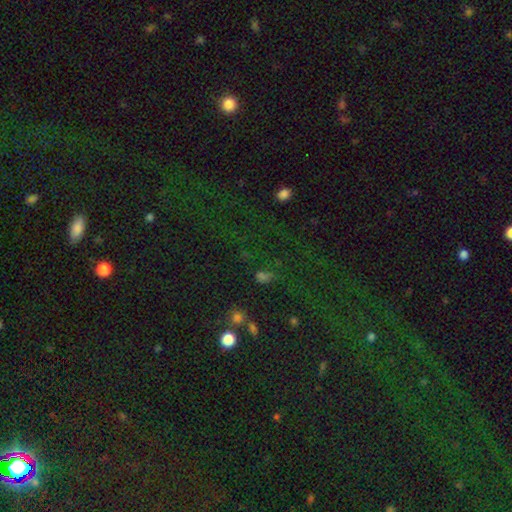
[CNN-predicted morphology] A star or artifact, not a galaxy (70%).

Vote fractions:
- Smooth or featured? star or artifact: 70% / smooth: 18% / featured or disk: 12%